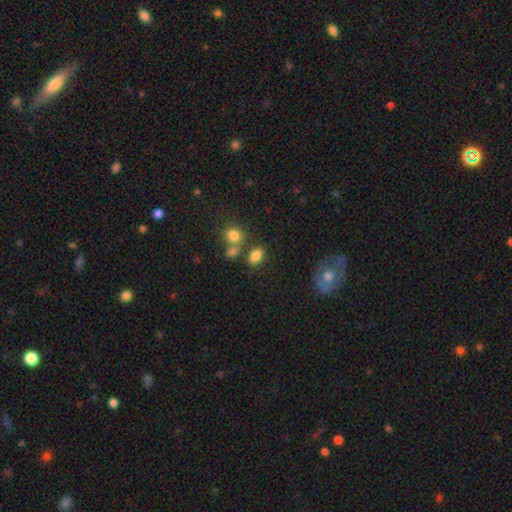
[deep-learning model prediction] Smooth or featured? Predicted: smooth (p=0.83). How rounded? Predicted: in between (p=0.79). Merging? Predicted: none (p=0.63).